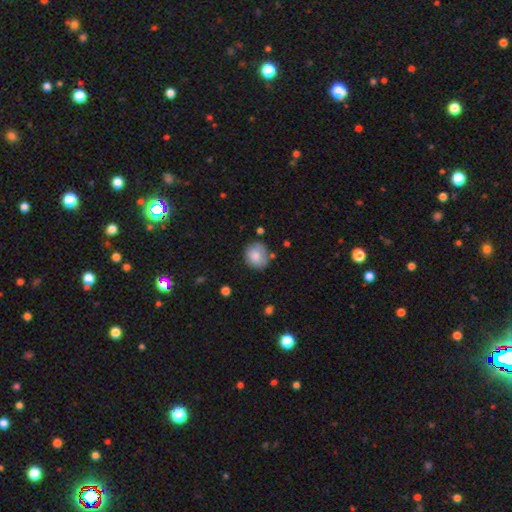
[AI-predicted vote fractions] Overall: smooth (77%). How rounded: round (70%). Merging: none (69%).